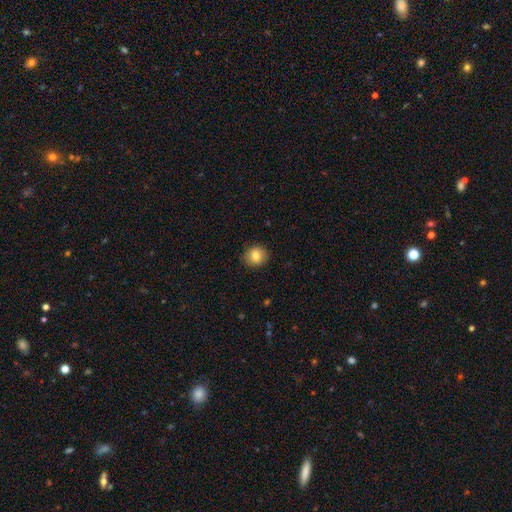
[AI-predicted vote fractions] Smooth or featured: smooth — 82% (star or artifact — 9%)
How rounded: round — 79% (in between — 21%)
Merging: none — 89% (minor disturbance — 8%)